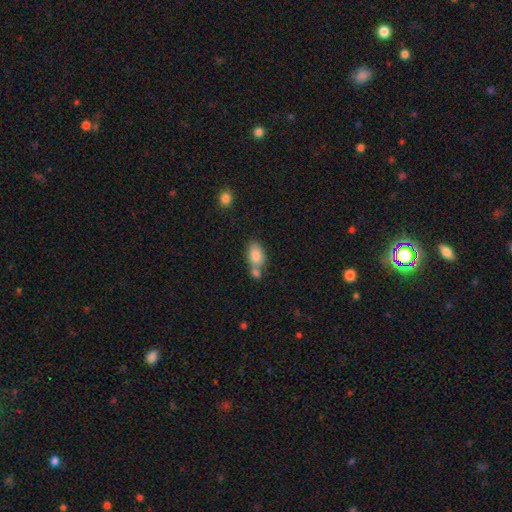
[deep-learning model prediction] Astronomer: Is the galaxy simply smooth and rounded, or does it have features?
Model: smooth — 82%.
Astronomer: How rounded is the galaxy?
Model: in between — 89%.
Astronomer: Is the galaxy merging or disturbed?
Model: none — 43% (runner-up: merger, 39%).